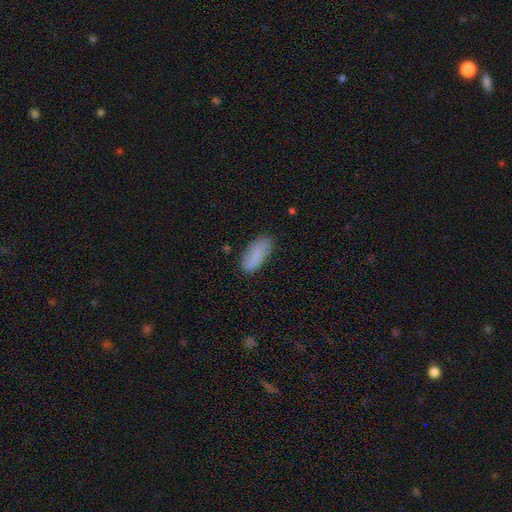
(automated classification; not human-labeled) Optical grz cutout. It shows a smooth galaxy with no disk features (79%) that is in between round and cigar-shaped (85%). Merging: none (76%).